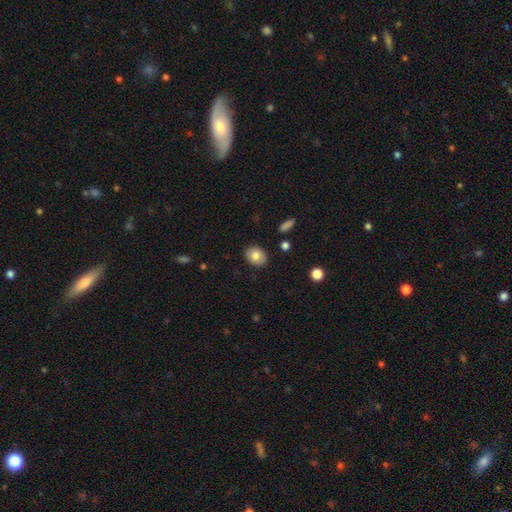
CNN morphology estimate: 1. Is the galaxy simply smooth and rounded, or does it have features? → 78% smooth, 14% featured or disk, 8% star or artifact.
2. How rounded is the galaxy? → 56% in between, 43% round, 1% cigar-shaped.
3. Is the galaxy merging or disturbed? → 89% none, 8% minor disturbance, 2% major disturbance, 1% merger.